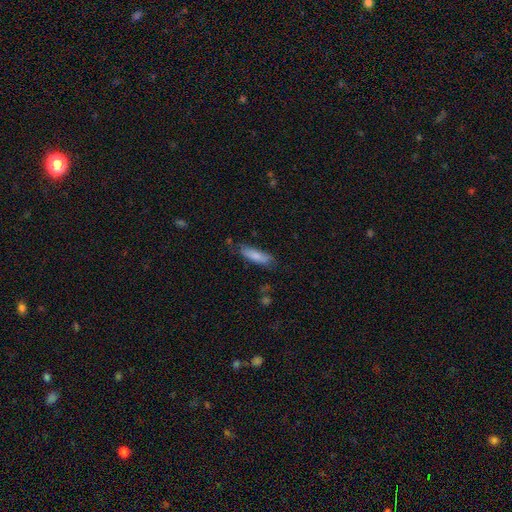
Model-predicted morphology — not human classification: The model was most divided on "how rounded": cigar-shaped: 54%, in between: 45%, round: 2%. More confident: smooth or featured — smooth (81%); merging — none (66%).